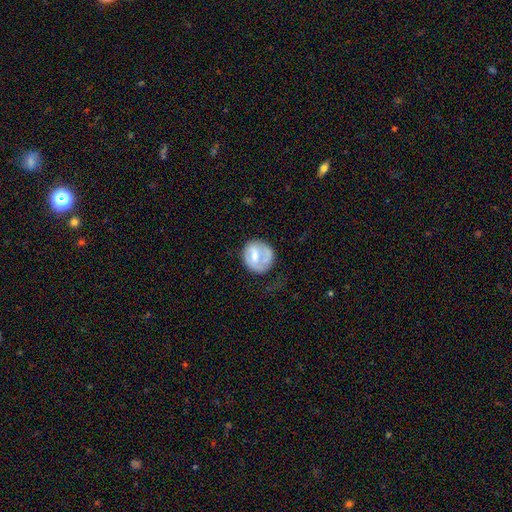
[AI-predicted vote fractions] This appears to be a smooth galaxy with no disk features (47%). Merging: none (51%).